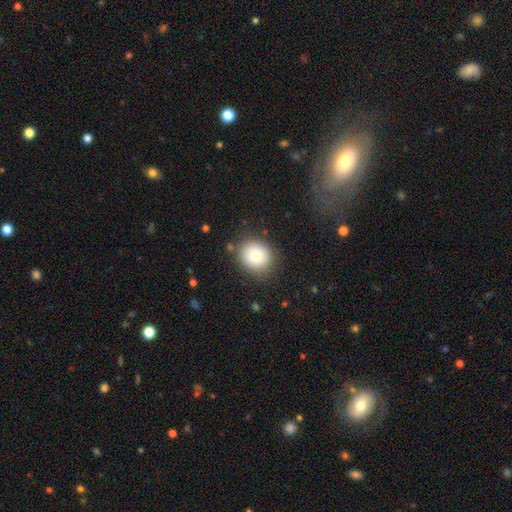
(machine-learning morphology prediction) Smooth or featured: smooth — 76% (featured or disk — 13%)
How rounded: round — 77% (in between — 22%)
Merging: none — 84% (minor disturbance — 10%)